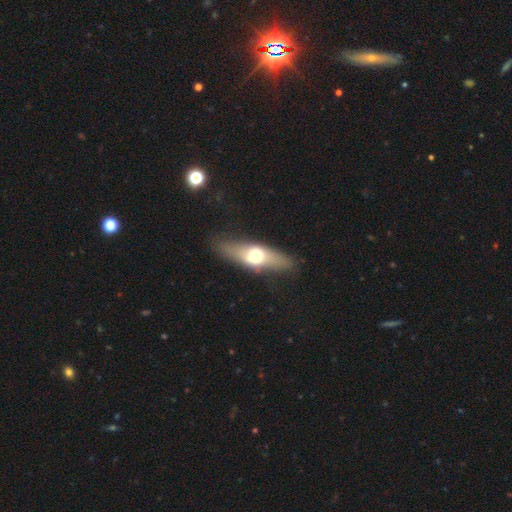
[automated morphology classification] type=smooth (48%); merging=none (80%).